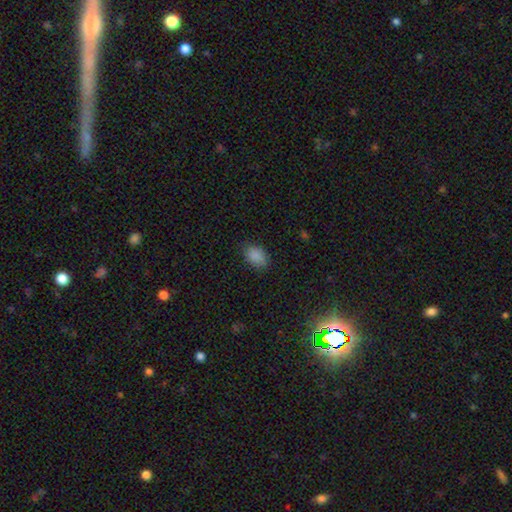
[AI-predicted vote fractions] Smooth or featured?
  - smooth: 87% *
  - star or artifact: 9%
  - featured or disk: 4%
How rounded?
  - in between: 83% *
  - round: 16%
  - cigar-shaped: 1%
Merging?
  - none: 79% *
  - minor disturbance: 16%
  - major disturbance: 3%
  - merger: 1%